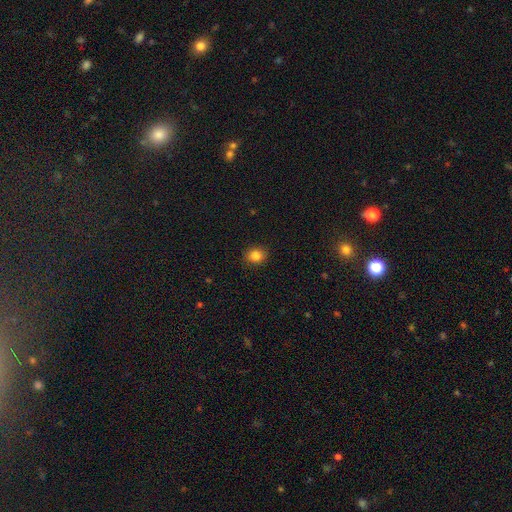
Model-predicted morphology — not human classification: smooth 84%, star or artifact 11%, featured or disk 5%. Down the decision tree: how rounded — round (68%); merging — none (89%).